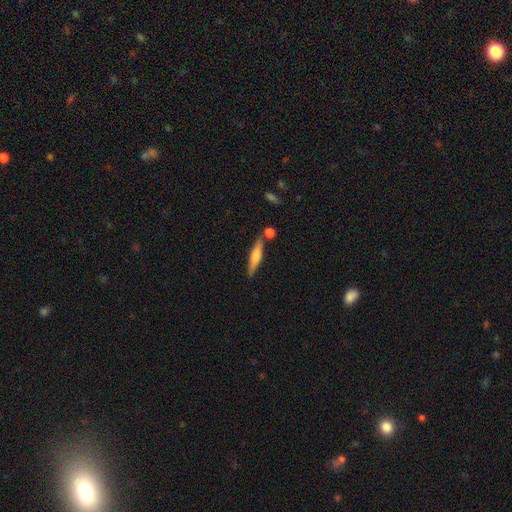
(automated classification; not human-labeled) A smooth galaxy with no disk features (54%) that is cigar-shaped (87%). Merging: none (78%).